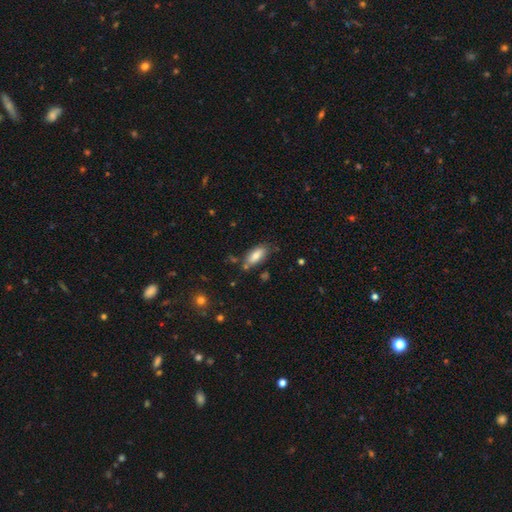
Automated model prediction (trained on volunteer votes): The model was most divided on "merging": none: 72%, minor disturbance: 18%, merger: 6%, major disturbance: 4%. More confident: smooth or featured — smooth (81%); how rounded — in between (77%).